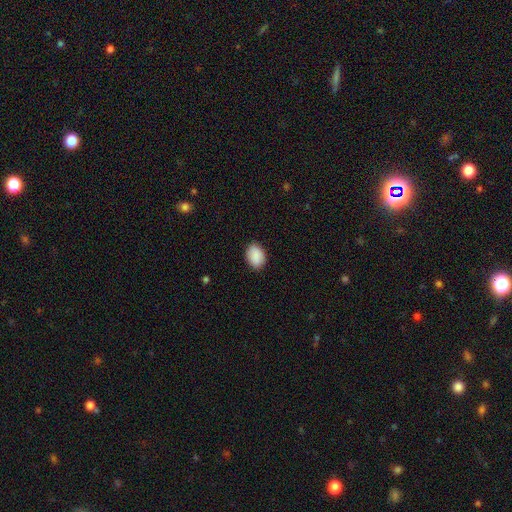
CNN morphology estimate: Smooth or featured?
  - smooth: 90% *
  - star or artifact: 7%
  - featured or disk: 3%
How rounded?
  - in between: 75% *
  - round: 24%
  - cigar-shaped: 1%
Merging?
  - none: 86% *
  - minor disturbance: 10%
  - major disturbance: 2%
  - merger: 1%